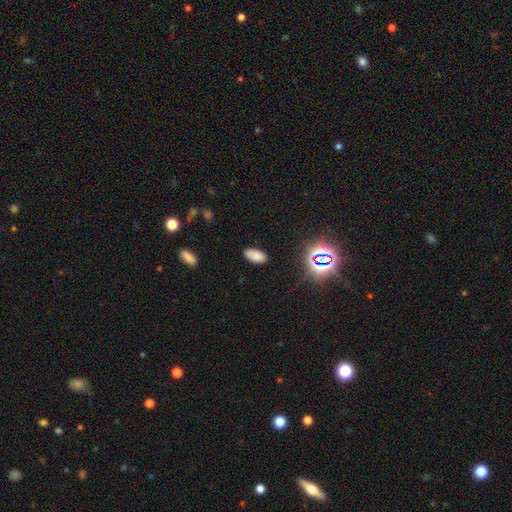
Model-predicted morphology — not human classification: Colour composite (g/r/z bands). It shows a smooth galaxy with no disk features (76%) that is in between round and cigar-shaped (94%). Merging: none (81%).